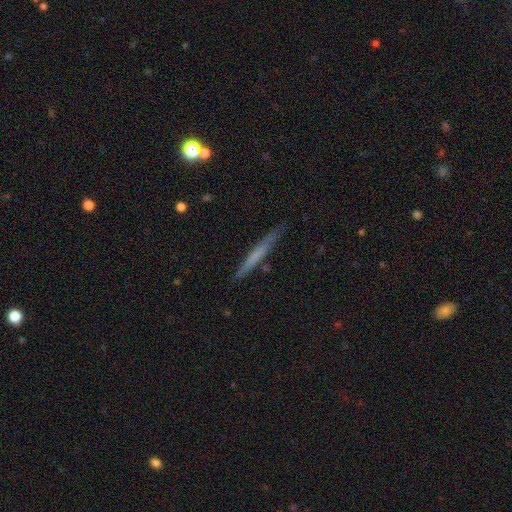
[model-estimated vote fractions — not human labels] smooth 52%, featured or disk 42%, star or artifact 7%. Down the decision tree: how rounded — cigar-shaped (96%); merging — none (85%).